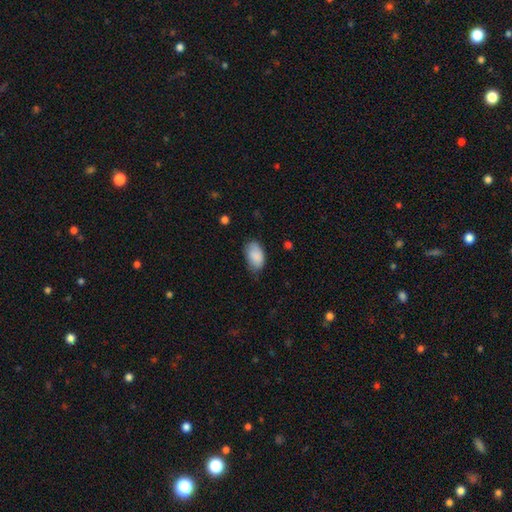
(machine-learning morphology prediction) smooth 88%, star or artifact 7%, featured or disk 6%. Down the decision tree: how rounded — in between (93%); merging — none (66%).